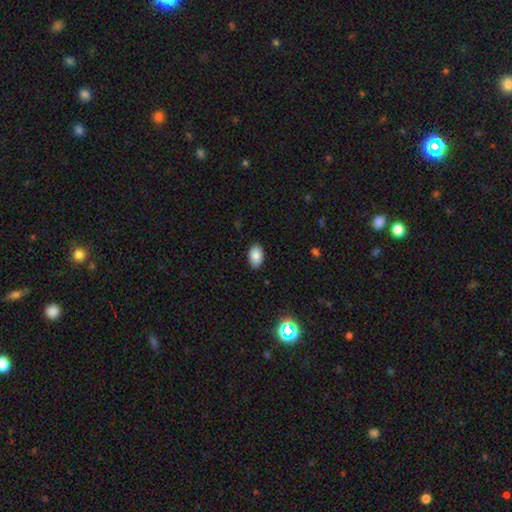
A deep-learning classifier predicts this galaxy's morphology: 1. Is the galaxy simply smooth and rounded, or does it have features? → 86% smooth, 8% star or artifact, 5% featured or disk.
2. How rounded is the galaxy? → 90% in between, 9% round, 1% cigar-shaped.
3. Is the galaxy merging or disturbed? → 86% none, 10% minor disturbance, 2% major disturbance, 1% merger.